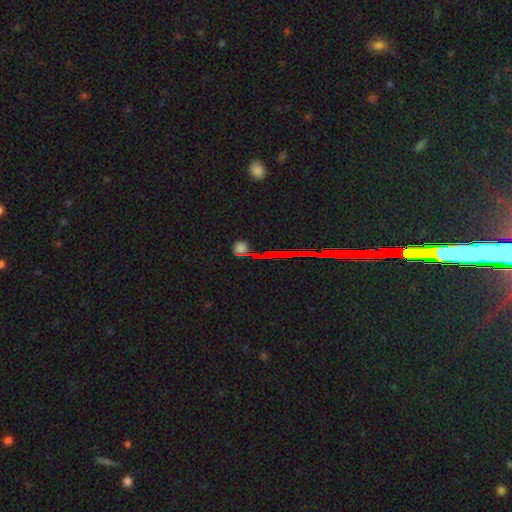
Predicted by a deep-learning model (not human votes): Smooth or featured?
  - star or artifact: 72% *
  - smooth: 16%
  - featured or disk: 12%